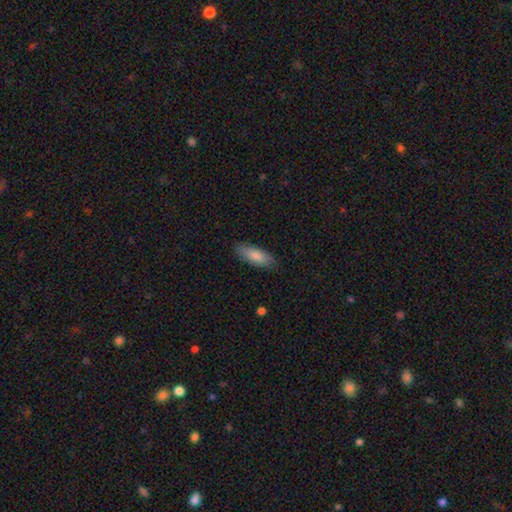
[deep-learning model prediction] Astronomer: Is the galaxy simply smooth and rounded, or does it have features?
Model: smooth — 85%.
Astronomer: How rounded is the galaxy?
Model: in between — 71%.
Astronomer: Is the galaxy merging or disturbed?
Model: none — 85%.